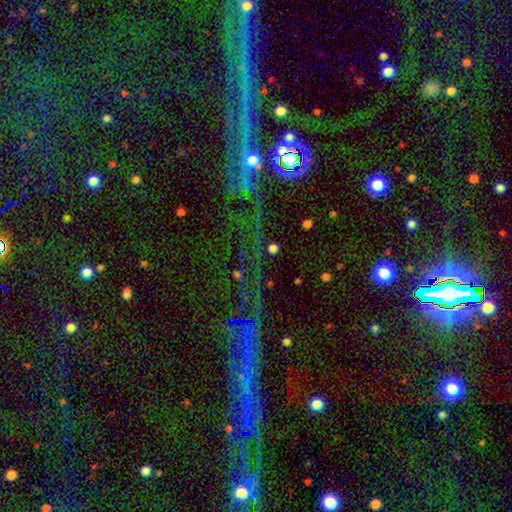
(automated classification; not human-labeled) A star or artifact, not a galaxy (79%).